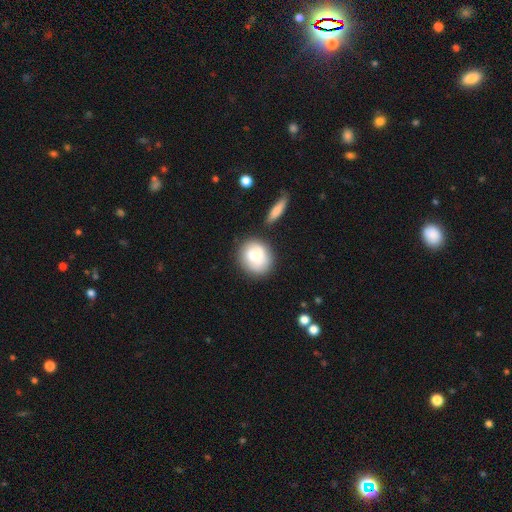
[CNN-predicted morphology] Q: Smooth or featured?
A: smooth (74%); runner-up: featured or disk (19%)
Q: How rounded?
A: round (73%); runner-up: in between (26%)
Q: Merging?
A: none (68%); runner-up: minor disturbance (18%)